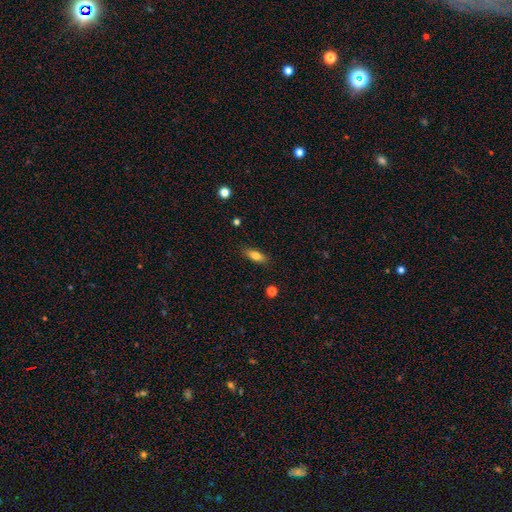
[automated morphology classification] Smooth or featured: smooth — 77% (featured or disk — 15%)
How rounded: in between — 72% (cigar-shaped — 25%)
Merging: none — 86% (minor disturbance — 10%)